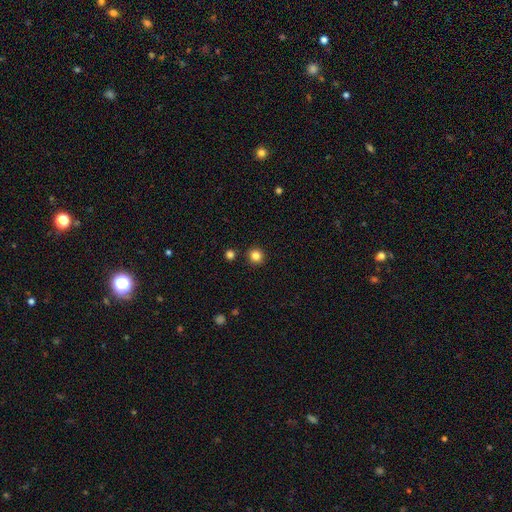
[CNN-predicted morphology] Smooth or featured? Predicted: smooth (p=0.84). How rounded? Predicted: round (p=0.93). Merging? Predicted: none (p=0.90).